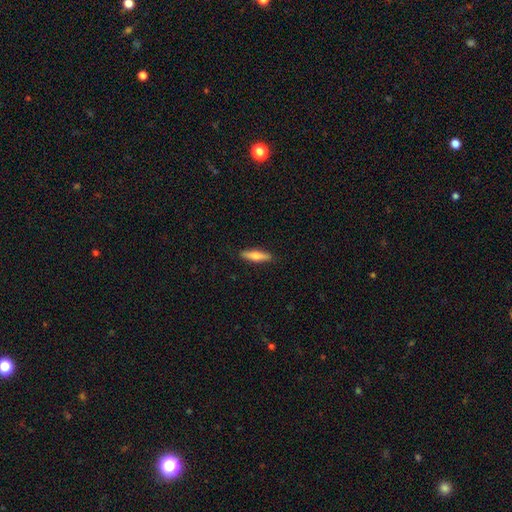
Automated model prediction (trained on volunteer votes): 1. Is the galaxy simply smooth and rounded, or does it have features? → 67% smooth, 28% featured or disk, 5% star or artifact.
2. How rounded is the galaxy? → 73% cigar-shaped, 25% in between, 2% round.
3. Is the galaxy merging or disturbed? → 89% none, 8% minor disturbance, 2% major disturbance, 1% merger.